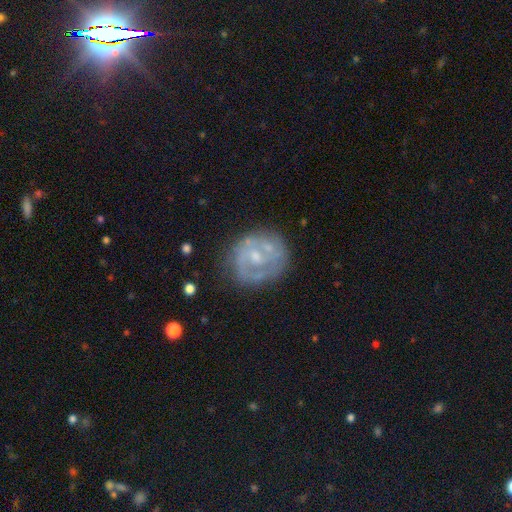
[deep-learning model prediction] A featured or disk galaxy (73%) with no bar (58%), spiral arms (68%) and a small central bulge (50%).

Vote fractions:
- Smooth or featured? featured or disk: 73% / smooth: 20% / star or artifact: 7%
- Edge-on disk? no: 98% / yes: 2%
- Bar? no: 58% / weak: 35% / strong: 7%
- Spiral arms? yes: 68% / no: 32%
- Bulge size? small: 50% / moderate: 38% / none: 9% / large: 2% / dominant: 1%
- Merging? none: 66% / minor disturbance: 20% / major disturbance: 11% / merger: 4%